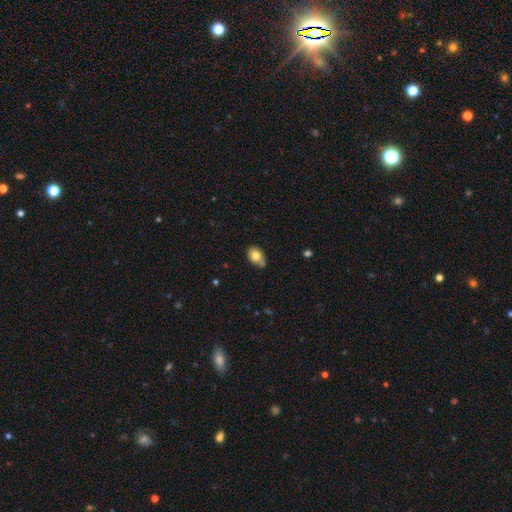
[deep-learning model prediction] smooth-or-featured: smooth: 79% | featured or disk: 12% | star or artifact: 10%
  how-rounded: in between: 58% | round: 41% | cigar-shaped: 1%
  merging: none: 53% | minor disturbance: 23% | merger: 19% | major disturbance: 5%